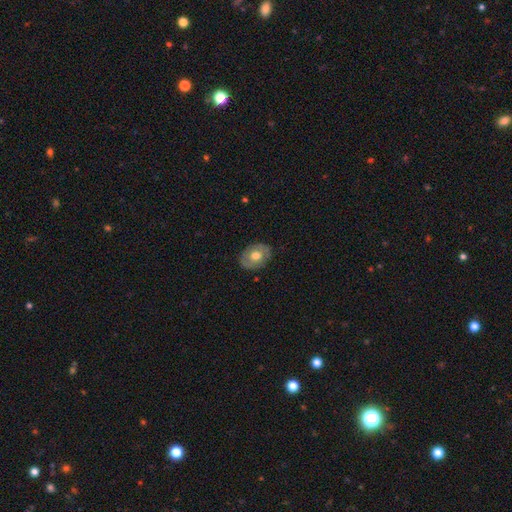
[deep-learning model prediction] A smooth galaxy with no disk features (55%) that is in between round and cigar-shaped (72%).

Vote fractions:
- Smooth or featured? smooth: 55% / featured or disk: 39% / star or artifact: 6%
- How rounded? in between: 72% / round: 27% / cigar-shaped: 1%
- Merging? none: 83% / minor disturbance: 13% / major disturbance: 3% / merger: 1%